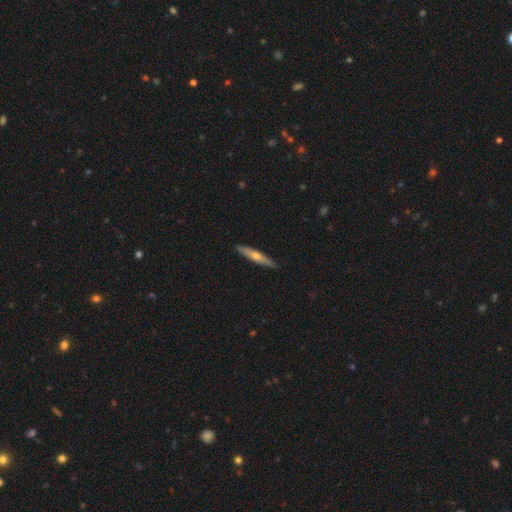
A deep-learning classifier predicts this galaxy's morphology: type=featured or disk (49%); merging=none (90%).